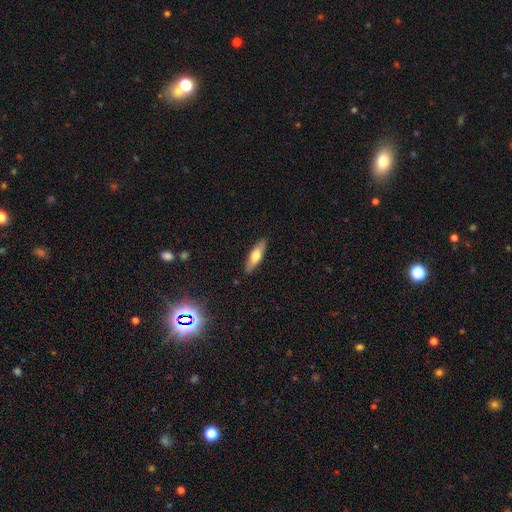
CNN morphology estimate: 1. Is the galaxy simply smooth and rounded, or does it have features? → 59% smooth, 35% featured or disk, 6% star or artifact.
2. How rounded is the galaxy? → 60% cigar-shaped, 38% in between, 2% round.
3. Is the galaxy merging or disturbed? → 89% none, 9% minor disturbance, 2% major disturbance, 1% merger.